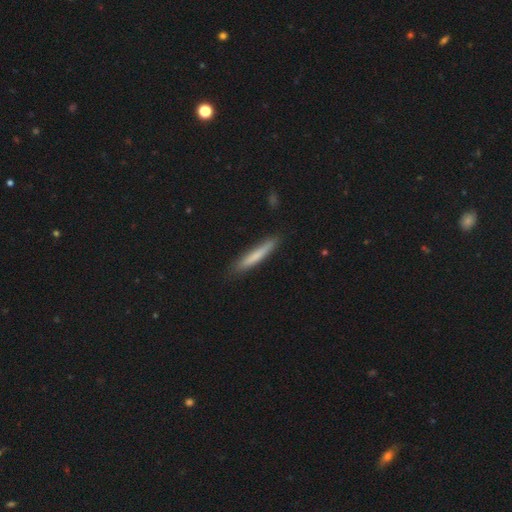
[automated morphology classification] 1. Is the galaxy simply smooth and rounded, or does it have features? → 73% smooth, 21% featured or disk, 6% star or artifact.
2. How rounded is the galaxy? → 93% cigar-shaped, 6% in between, 1% round.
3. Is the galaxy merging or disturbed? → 84% none, 13% minor disturbance, 2% major disturbance, 1% merger.